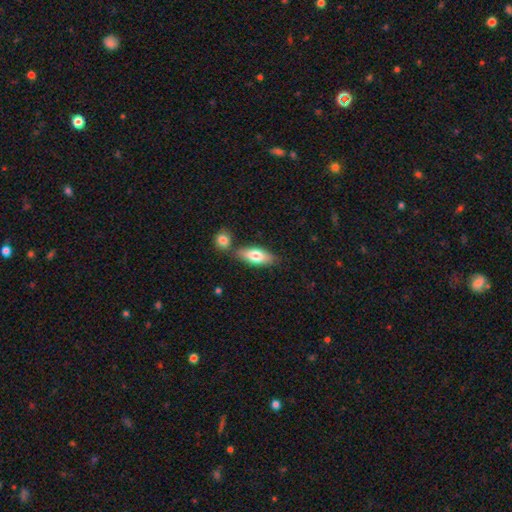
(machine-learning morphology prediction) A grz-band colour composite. It shows a smooth galaxy with no disk features (73%) that is in between round and cigar-shaped (77%). Merging: none (68%).